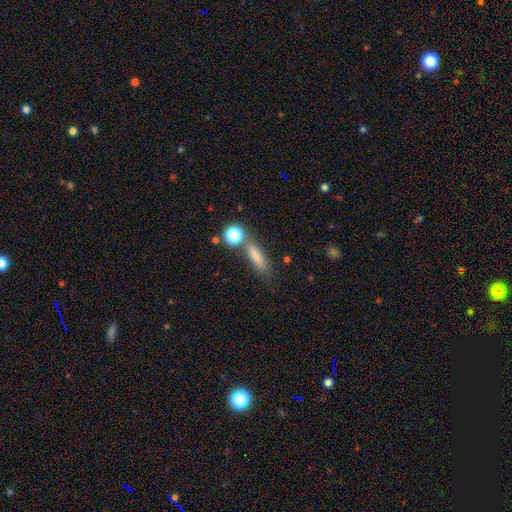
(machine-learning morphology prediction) Smooth or featured: smooth — 79% (star or artifact — 11%)
How rounded: cigar-shaped — 59% (in between — 33%)
Merging: none — 68% (minor disturbance — 14%)